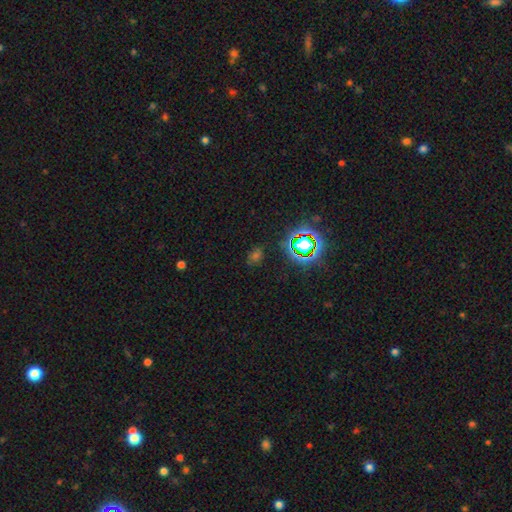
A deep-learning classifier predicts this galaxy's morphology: Overall: star or artifact (52%; smooth 39%).